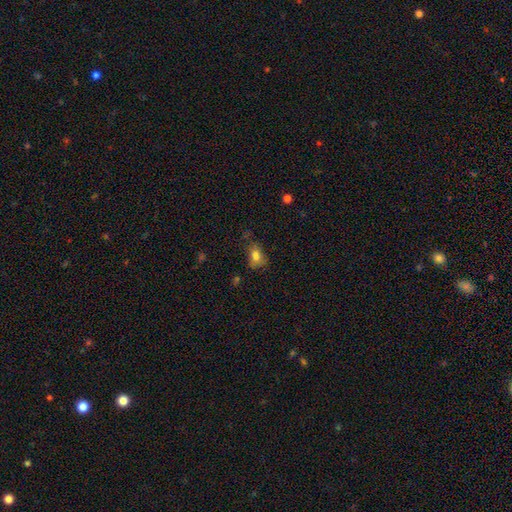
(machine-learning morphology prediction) type=smooth (76%); roundness=in between (79%); merging=none (53%).